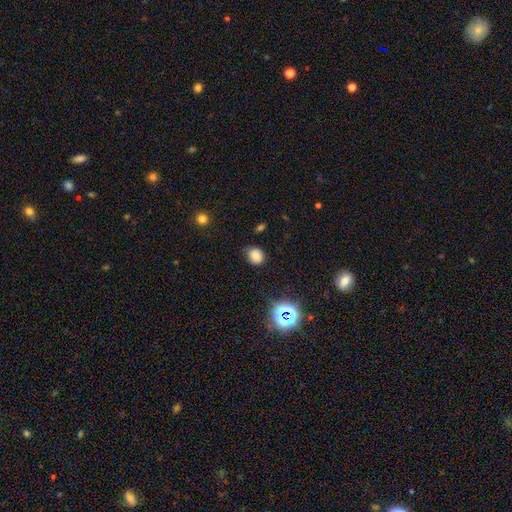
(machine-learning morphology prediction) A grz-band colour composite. It shows a smooth galaxy with no disk features (79%) that is round (57%). Merging: none (75%).